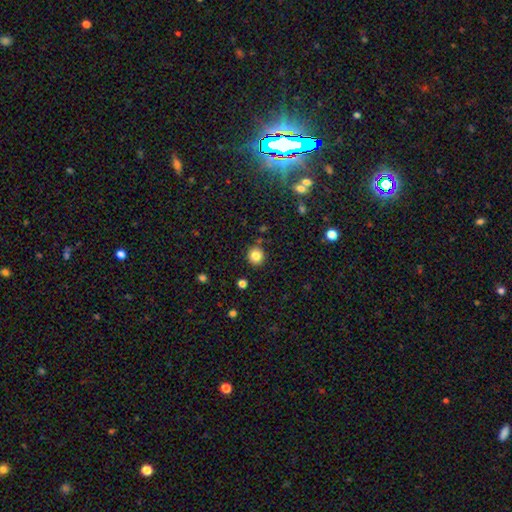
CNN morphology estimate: A smooth galaxy with no disk features (83%) that is round (91%).

Vote fractions:
- Smooth or featured? smooth: 83% / star or artifact: 11% / featured or disk: 6%
- How rounded? round: 91% / in between: 8% / cigar-shaped: 1%
- Merging? none: 87% / minor disturbance: 7% / merger: 3% / major disturbance: 2%